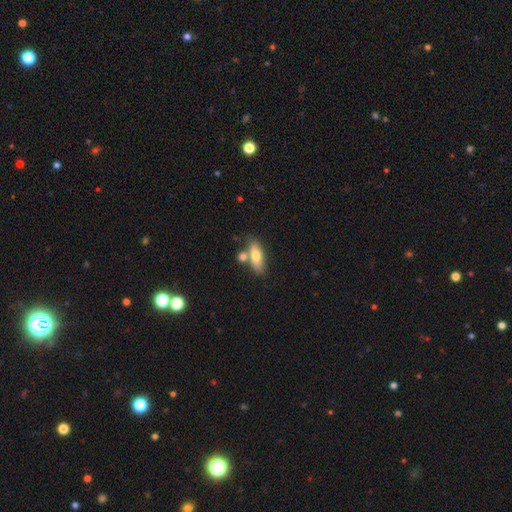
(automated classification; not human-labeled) A smooth galaxy with no disk features (69%) that is in between round and cigar-shaped (69%). Merging: none (59%).